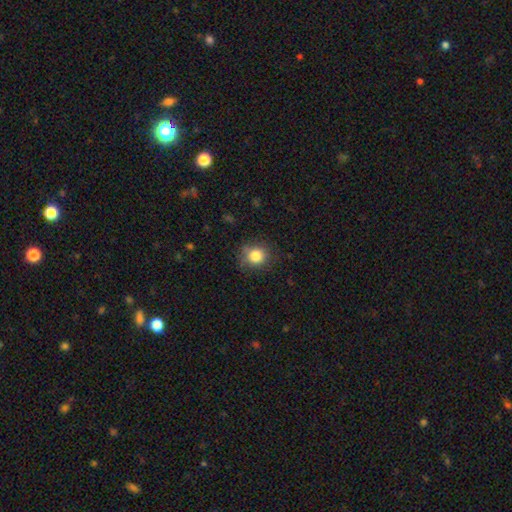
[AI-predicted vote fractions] smooth-or-featured: smooth: 83% | star or artifact: 11% | featured or disk: 6%
  how-rounded: round: 86% | in between: 13% | cigar-shaped: 1%
  merging: none: 79% | minor disturbance: 16% | major disturbance: 4% | merger: 2%